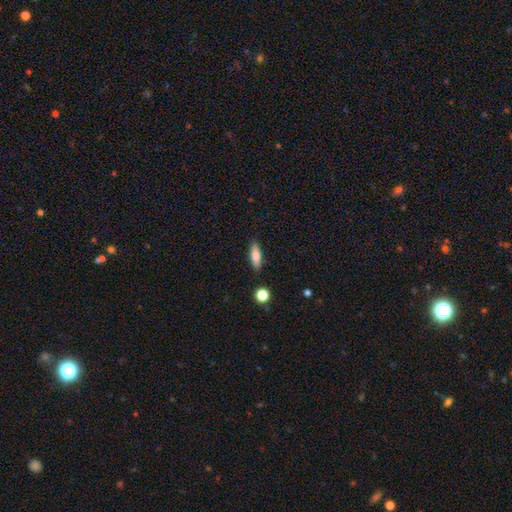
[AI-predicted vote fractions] This appears to be a smooth galaxy with no disk features (74%) that is in between round and cigar-shaped (57%). Merging: none (87%).